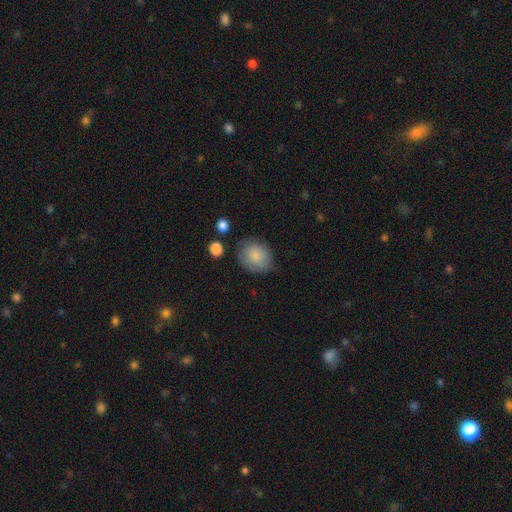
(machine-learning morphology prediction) Smooth or featured?
  - smooth: 83% *
  - featured or disk: 10%
  - star or artifact: 7%
How rounded?
  - round: 60% *
  - in between: 39%
  - cigar-shaped: 1%
Merging?
  - none: 74% *
  - minor disturbance: 18%
  - major disturbance: 5%
  - merger: 2%